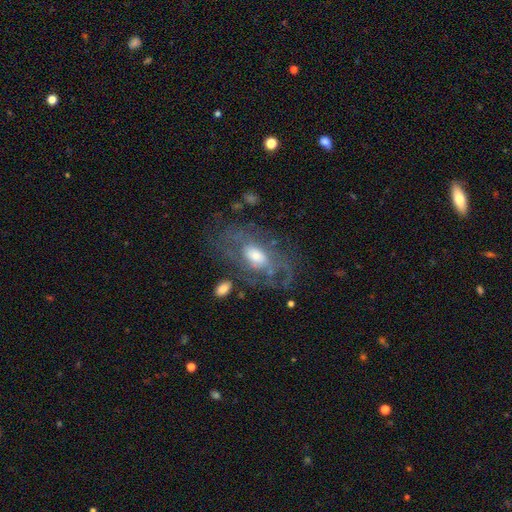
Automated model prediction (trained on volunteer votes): Morphology: type=featured or disk (75%); edge-on=no (93%); bar=no (63%); spiral arms=yes (75%); winding=medium (40%); arm count=can't tell (51%); bulge=moderate (55%); merging=none (58%).